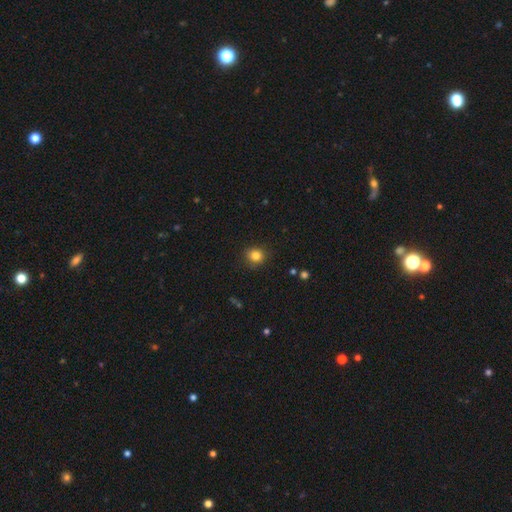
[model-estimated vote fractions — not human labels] Q: Smooth or featured?
A: smooth (83%); runner-up: star or artifact (12%)
Q: How rounded?
A: round (85%); runner-up: in between (14%)
Q: Merging?
A: none (87%); runner-up: minor disturbance (10%)